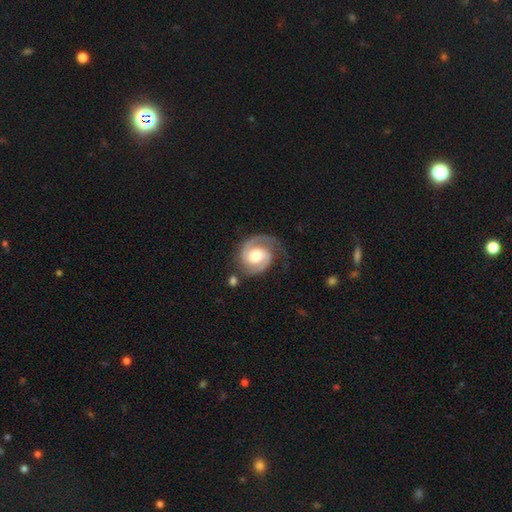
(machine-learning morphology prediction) Smooth or featured?
  - featured or disk: 87% *
  - smooth: 8%
  - star or artifact: 4%
Edge-on disk?
  - no: 98% *
  - yes: 2%
Bar?
  - no: 55% *
  - weak: 35%
  - strong: 10%
Spiral arms?
  - yes: 98% *
  - no: 2%
Spiral winding?
  - medium: 45% *
  - tight: 44%
  - loose: 11%
Spiral arm count?
  - 2: 85% *
  - 1: 8%
  - can't tell: 3%
  - 3: 2%
  - 4: 1%
  - more than 4: 1%
Bulge size?
  - moderate: 58% *
  - large: 25%
  - small: 12%
  - dominant: 2%
  - none: 2%
Merging?
  - none: 65% *
  - minor disturbance: 21%
  - major disturbance: 11%
  - merger: 3%